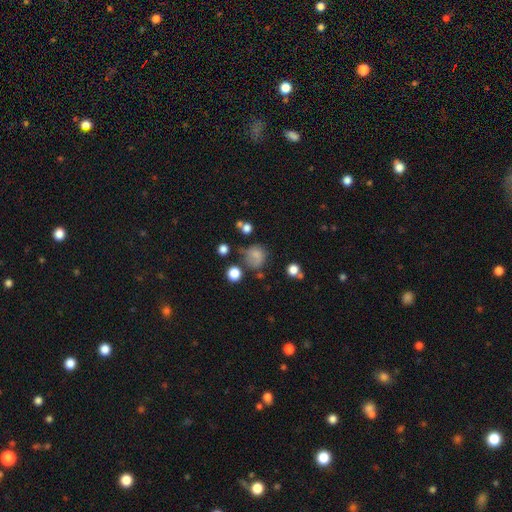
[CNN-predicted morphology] The model was most divided on "merging": none: 47%, minor disturbance: 26%, major disturbance: 19%, merger: 8%. More confident: how rounded — round (75%); smooth or featured — smooth (72%).